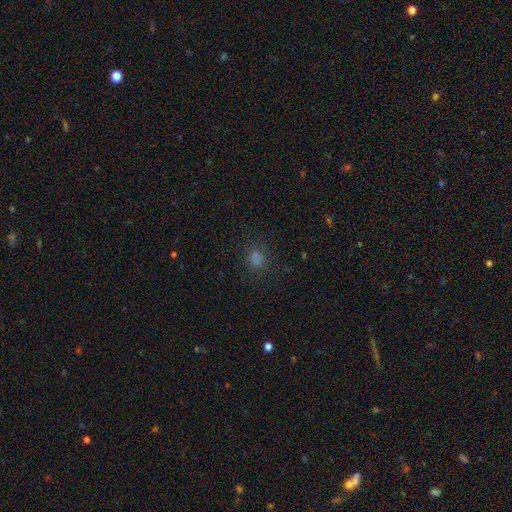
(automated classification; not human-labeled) Smooth or featured? Predicted: smooth (p=0.65). How rounded? Predicted: round (p=0.70). Merging? Predicted: none (p=0.80).